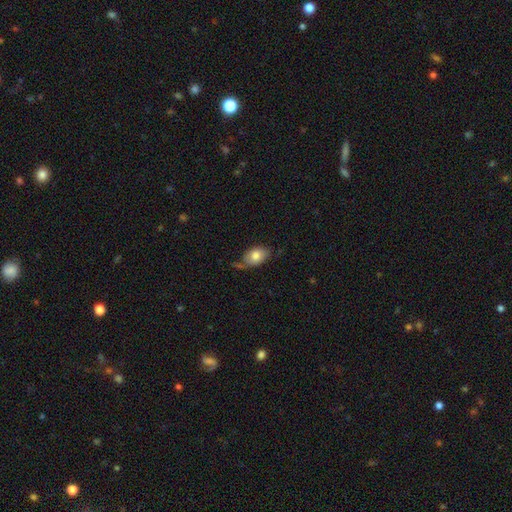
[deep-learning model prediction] Morphology: type=smooth (74%); roundness=in between (85%); merging=none (50%).